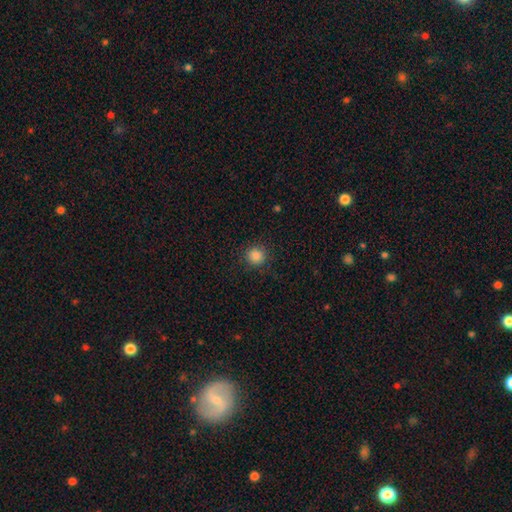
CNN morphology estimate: smooth_or_featured: smooth (p=0.86) [alt: star or artifact p=0.11]
how_rounded: round (p=0.93) [alt: in between p=0.06]
merging: none (p=0.89) [alt: minor disturbance p=0.07]